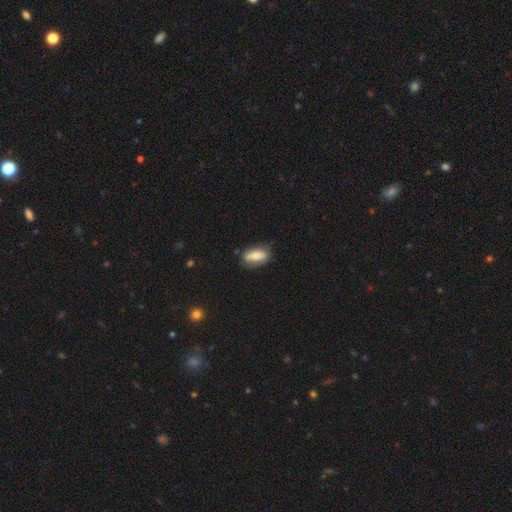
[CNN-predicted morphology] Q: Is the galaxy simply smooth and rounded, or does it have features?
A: smooth — 63%.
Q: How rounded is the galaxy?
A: in between — 88%.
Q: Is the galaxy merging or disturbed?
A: none — 69%.